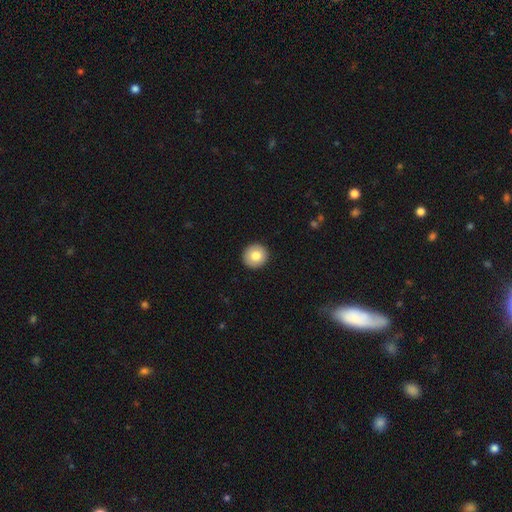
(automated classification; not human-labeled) Smooth or featured: smooth — 81% (featured or disk — 12%)
How rounded: round — 94% (in between — 5%)
Merging: none — 93% (minor disturbance — 5%)